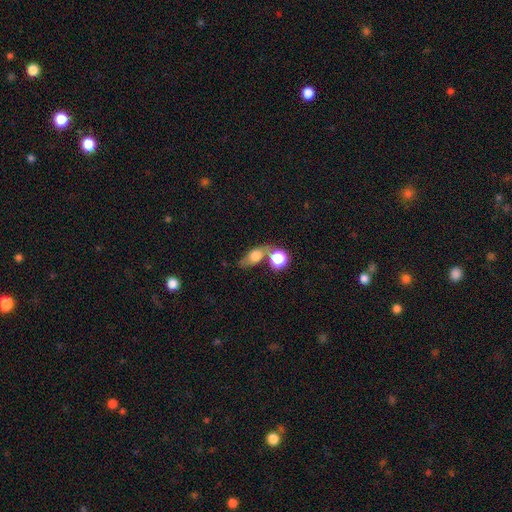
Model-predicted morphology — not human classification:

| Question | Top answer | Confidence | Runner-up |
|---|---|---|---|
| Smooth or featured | smooth | 67% | featured or disk (20%) |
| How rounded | in between | 59% | round (31%) |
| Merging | none | 41% | merger (35%) |